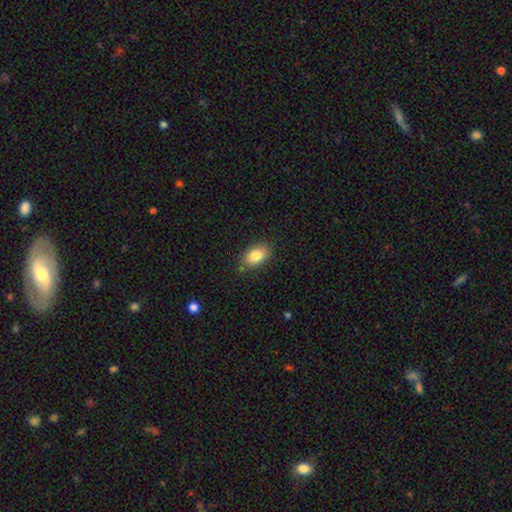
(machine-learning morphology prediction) smooth_or_featured: smooth (p=0.82) [alt: featured or disk p=0.10]
how_rounded: in between (p=0.89) [alt: round p=0.09]
merging: none (p=0.83) [alt: minor disturbance p=0.13]